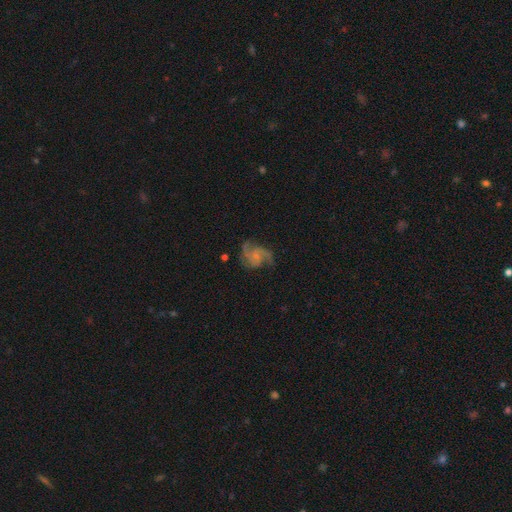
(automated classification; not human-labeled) Q: Smooth or featured?
A: featured or disk (84%); runner-up: smooth (10%)
Q: Edge-on disk?
A: no (98%); runner-up: yes (2%)
Q: Bar?
A: no (69%); runner-up: weak (27%)
Q: Spiral arms?
A: yes (97%); runner-up: no (3%)
Q: Spiral winding?
A: medium (52%); runner-up: loose (30%)
Q: Spiral arm count?
A: 2 (41%); runner-up: 3 (38%)
Q: Bulge size?
A: small (55%); runner-up: none (28%)
Q: Merging?
A: none (66%); runner-up: minor disturbance (19%)